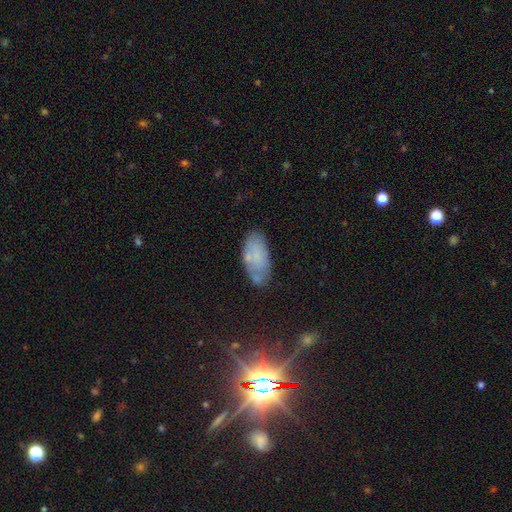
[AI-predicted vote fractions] This is likely a smooth galaxy (65%). How rounded: clearly in between (91%). Merging: likely none (66%).